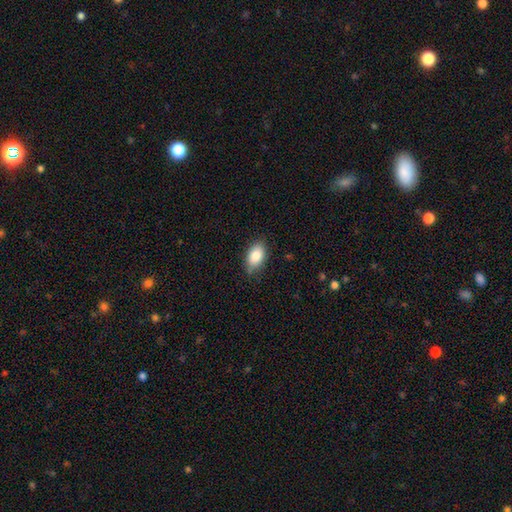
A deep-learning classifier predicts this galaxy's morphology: A smooth galaxy with no disk features (85%) that is in between round and cigar-shaped (91%).

Vote fractions:
- Smooth or featured? smooth: 85% / featured or disk: 8% / star or artifact: 7%
- How rounded? in between: 91% / round: 7% / cigar-shaped: 2%
- Merging? none: 79% / minor disturbance: 17% / major disturbance: 3% / merger: 1%